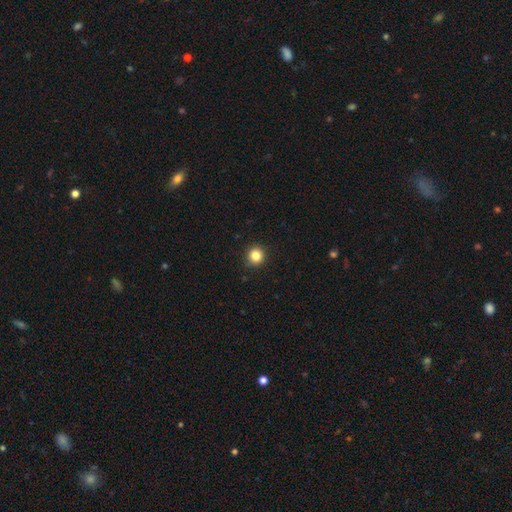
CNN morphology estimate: smooth_or_featured: smooth (p=0.84) [alt: star or artifact p=0.11]
how_rounded: round (p=0.91) [alt: in between p=0.08]
merging: none (p=0.91) [alt: minor disturbance p=0.06]